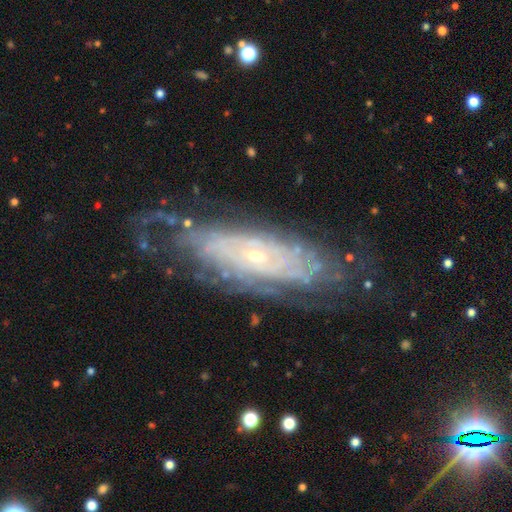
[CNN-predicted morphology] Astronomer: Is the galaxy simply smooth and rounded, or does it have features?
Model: featured or disk — 83%.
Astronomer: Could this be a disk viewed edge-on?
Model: no — 85%.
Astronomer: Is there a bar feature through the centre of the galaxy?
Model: no — 77%.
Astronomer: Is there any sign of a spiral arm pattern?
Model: yes — 91%.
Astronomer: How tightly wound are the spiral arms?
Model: tight — 76%.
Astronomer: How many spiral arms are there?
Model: can't tell — 57%.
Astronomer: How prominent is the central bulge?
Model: small — 76%.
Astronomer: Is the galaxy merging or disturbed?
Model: none — 67%.